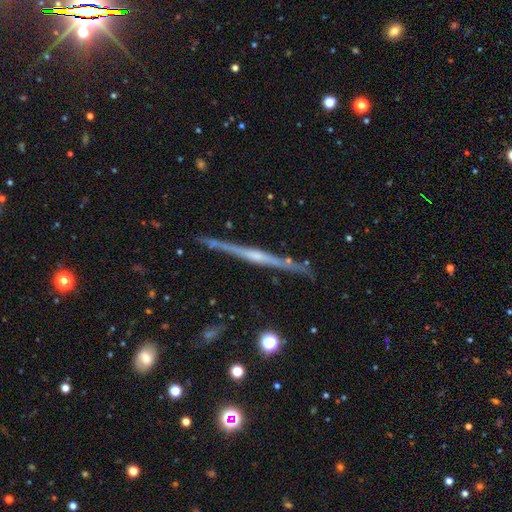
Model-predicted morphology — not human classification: Smooth or featured? featured or disk (80%)
Edge-on disk? yes (98%)
Edge-on bulge? rounded (49%)
Merging? none (88%)